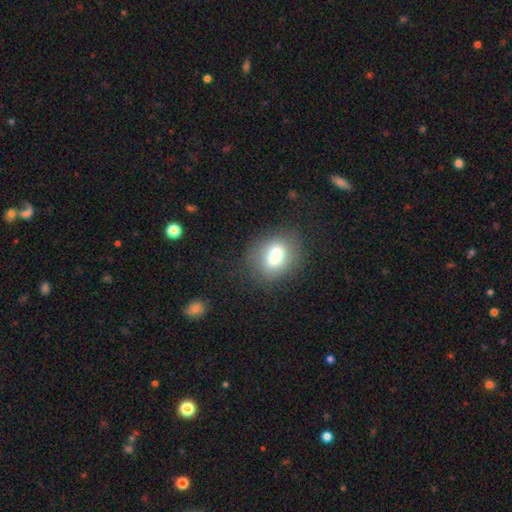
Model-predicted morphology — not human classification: A smooth galaxy with no disk features (70%) that is round (60%).

Vote fractions:
- Smooth or featured? smooth: 70% / star or artifact: 19% / featured or disk: 11%
- How rounded? round: 60% / in between: 38% / cigar-shaped: 1%
- Merging? none: 87% / minor disturbance: 8% / major disturbance: 3% / merger: 1%